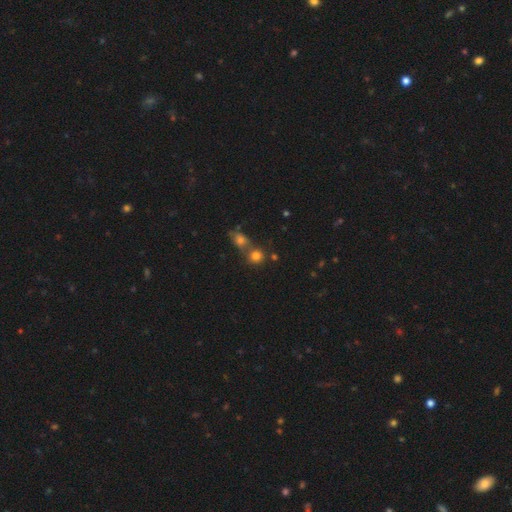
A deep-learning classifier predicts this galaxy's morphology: type=smooth (76%); roundness=round (86%); merging=none (51%).